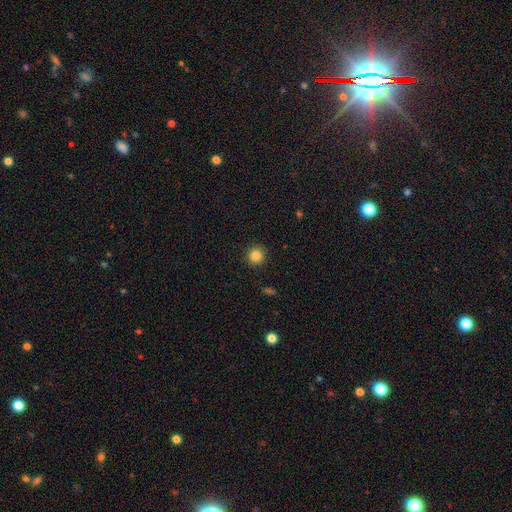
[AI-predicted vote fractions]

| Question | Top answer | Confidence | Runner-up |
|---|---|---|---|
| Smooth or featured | smooth | 86% | star or artifact (10%) |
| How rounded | round | 93% | in between (6%) |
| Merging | none | 91% | minor disturbance (6%) |